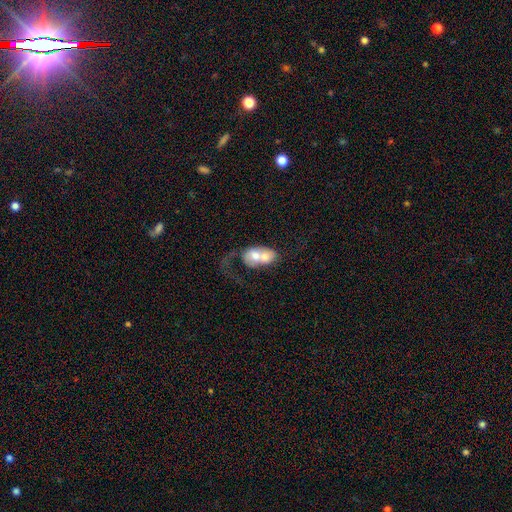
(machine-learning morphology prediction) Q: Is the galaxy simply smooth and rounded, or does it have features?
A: smooth — 53%.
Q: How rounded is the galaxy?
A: in between — 71%.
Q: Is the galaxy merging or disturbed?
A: merger — 76%.